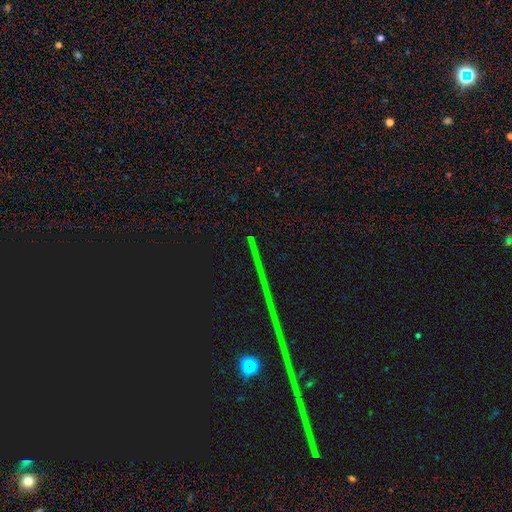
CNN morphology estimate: A star or artifact, not a galaxy (86%).